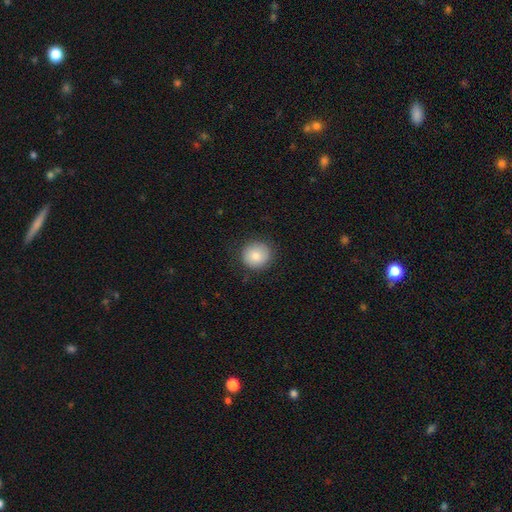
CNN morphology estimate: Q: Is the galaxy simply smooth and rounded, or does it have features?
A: smooth — 83%.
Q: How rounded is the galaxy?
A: round — 91%.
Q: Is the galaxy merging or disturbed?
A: none — 85%.